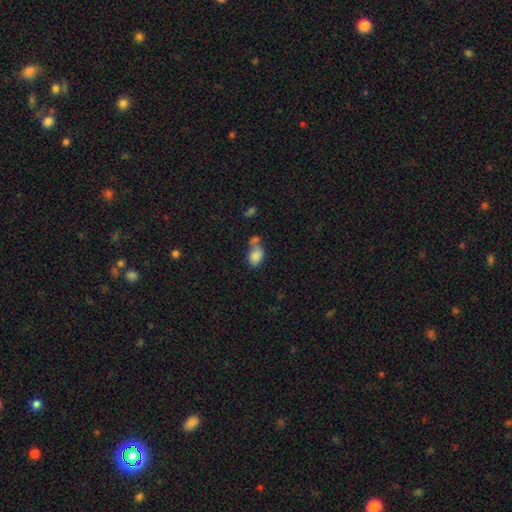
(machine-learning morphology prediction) A smooth galaxy with no disk features (82%) that is in between round and cigar-shaped (76%).

Vote fractions:
- Smooth or featured? smooth: 82% / star or artifact: 9% / featured or disk: 9%
- How rounded? in between: 76% / round: 22% / cigar-shaped: 2%
- Merging? merger: 43% / none: 32% / minor disturbance: 16% / major disturbance: 9%